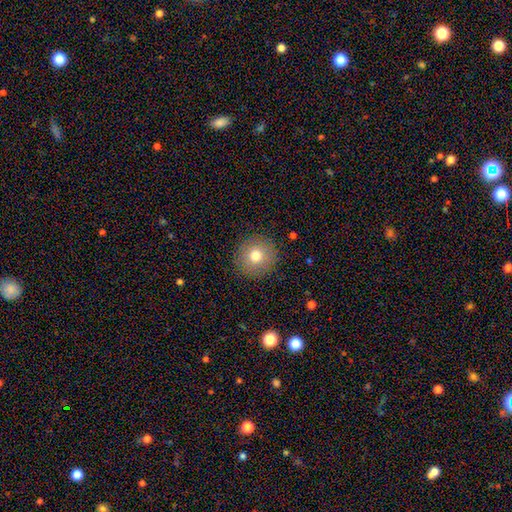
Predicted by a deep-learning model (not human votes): smooth_or_featured: smooth (p=0.75) [alt: featured or disk p=0.14]
how_rounded: round (p=0.93) [alt: in between p=0.06]
merging: none (p=0.90) [alt: minor disturbance p=0.06]